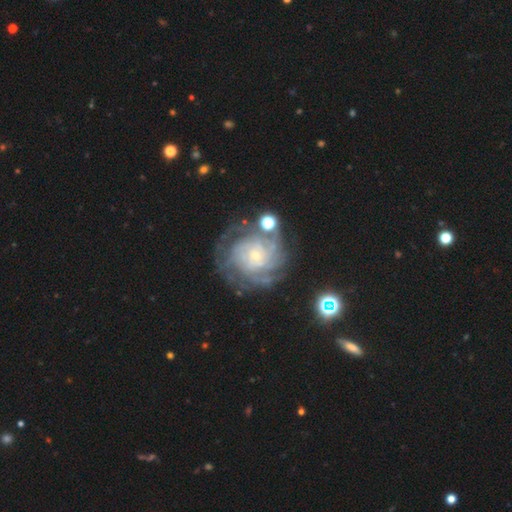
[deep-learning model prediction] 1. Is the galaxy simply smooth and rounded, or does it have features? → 85% featured or disk, 8% smooth, 7% star or artifact.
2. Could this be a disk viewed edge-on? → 98% no, 2% yes.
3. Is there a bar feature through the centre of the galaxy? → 75% no, 20% weak, 5% strong.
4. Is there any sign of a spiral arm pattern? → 96% yes, 4% no.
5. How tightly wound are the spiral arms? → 71% tight, 23% medium, 5% loose.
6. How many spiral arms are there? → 29% can't tell, 24% 4, 18% more than 4, 14% 3, 9% 2, 7% 1.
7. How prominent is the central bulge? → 78% small, 16% moderate, 3% none, 2% large, 1% dominant.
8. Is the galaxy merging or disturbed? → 68% none, 16% minor disturbance, 10% major disturbance, 5% merger.